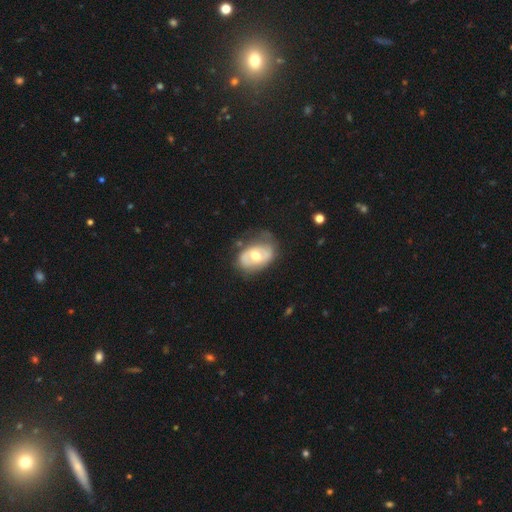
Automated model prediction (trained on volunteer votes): Smooth or featured: featured or disk — 60% (smooth — 35%)
Edge-on disk: no — 94% (yes — 6%)
Bar: no — 47% (weak — 36%)
Spiral arms: no — 57% (yes — 43%)
Bulge size: moderate — 75% (large — 13%)
Merging: none — 59% (minor disturbance — 27%)